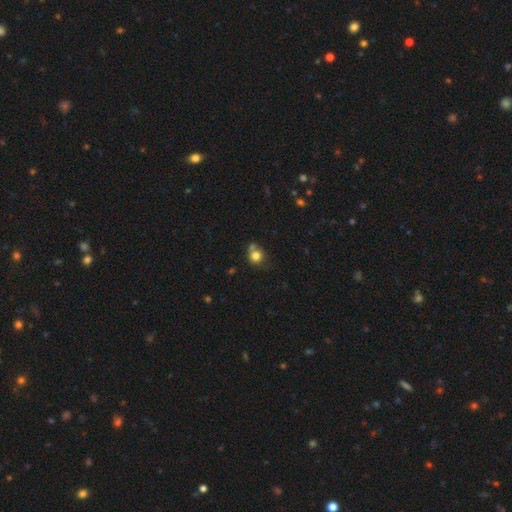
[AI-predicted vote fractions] This appears to be a smooth galaxy with no disk features (79%) that is round (82%). Merging: none (54%).